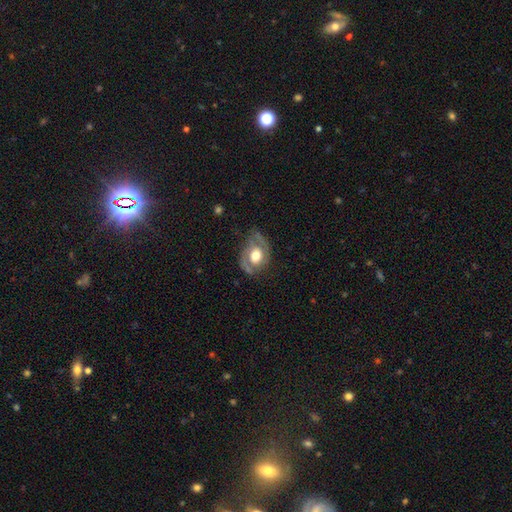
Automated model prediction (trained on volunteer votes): Smooth or featured: featured or disk — 68% (smooth — 26%)
Edge-on disk: no — 95% (yes — 5%)
Bar: no — 71% (weak — 23%)
Spiral arms: yes — 74% (no — 26%)
Bulge size: moderate — 48% (large — 43%)
Merging: none — 64% (minor disturbance — 23%)